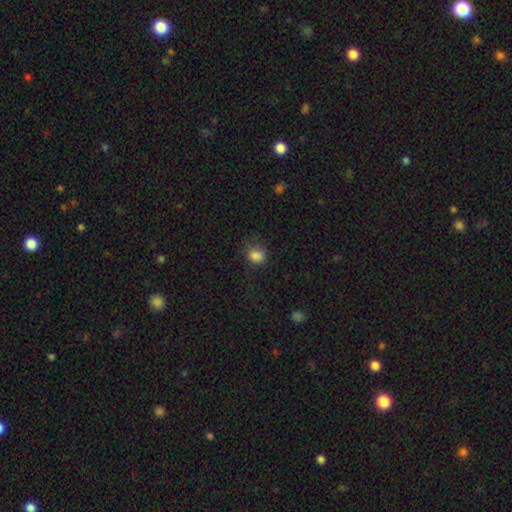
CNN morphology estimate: smooth 83%, star or artifact 12%, featured or disk 5%. Down the decision tree: how rounded — round (69%); merging — none (62%).